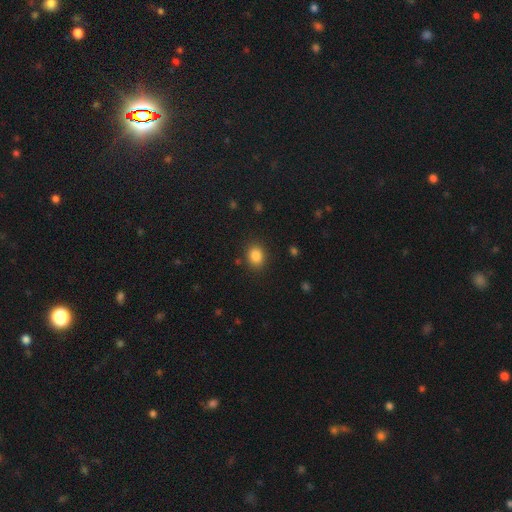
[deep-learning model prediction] smooth_or_featured: smooth (p=0.85) [alt: star or artifact p=0.11]
how_rounded: round (p=0.55) [alt: in between p=0.44]
merging: none (p=0.87) [alt: minor disturbance p=0.08]